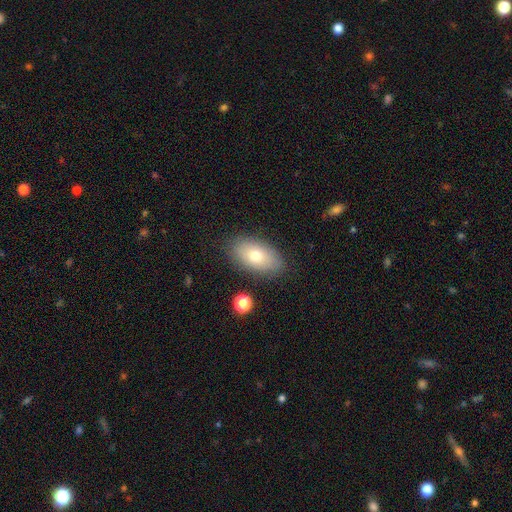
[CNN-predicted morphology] This is likely a smooth galaxy (72%). How rounded: clearly in between (92%). Merging: clearly none (84%).